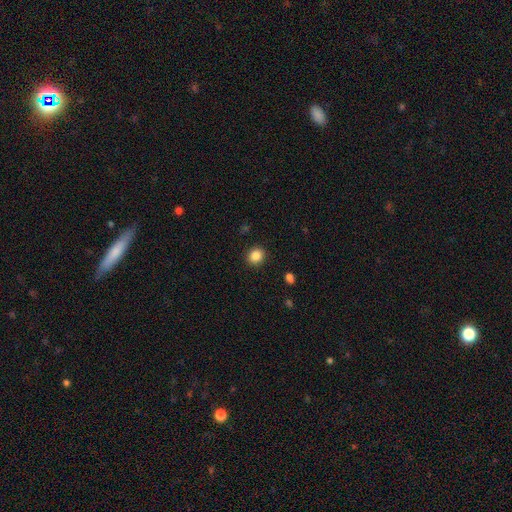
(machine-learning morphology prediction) Q: Smooth or featured?
A: smooth (86%); runner-up: star or artifact (10%)
Q: How rounded?
A: round (77%); runner-up: in between (22%)
Q: Merging?
A: none (91%); runner-up: minor disturbance (6%)